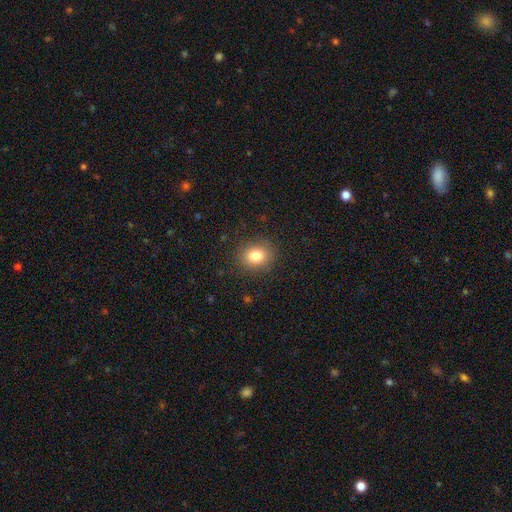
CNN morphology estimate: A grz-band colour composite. It shows a smooth galaxy with no disk features (82%) that is round (64%). Merging: none (87%).